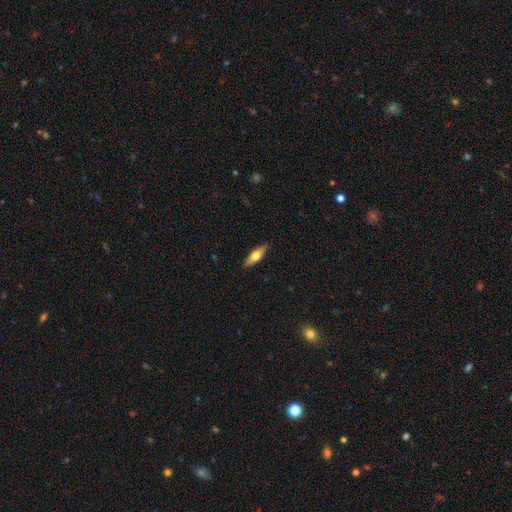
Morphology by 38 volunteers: Overall: smooth (47%, tied with featured or disk). How rounded: in between (56%; cigar-shaped 44%). Merging: none (92%).